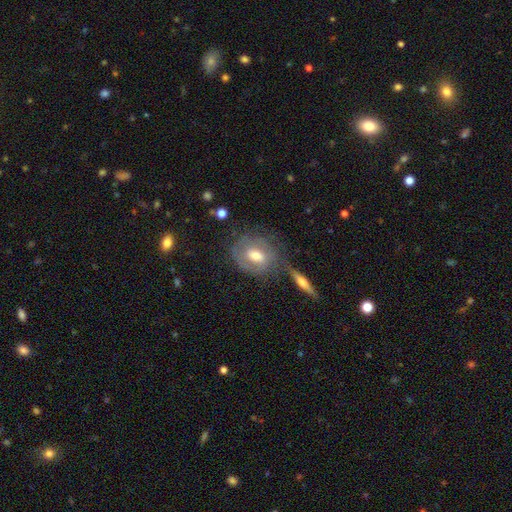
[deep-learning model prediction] Q: Smooth or featured?
A: featured or disk (54%); runner-up: smooth (39%)
Q: Edge-on disk?
A: no (90%); runner-up: yes (10%)
Q: Merging?
A: none (58%); runner-up: minor disturbance (20%)